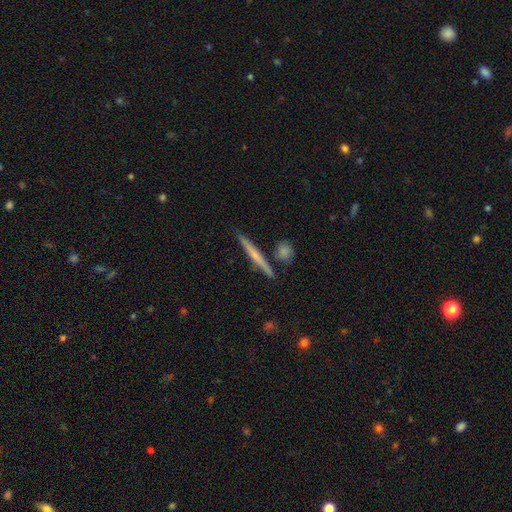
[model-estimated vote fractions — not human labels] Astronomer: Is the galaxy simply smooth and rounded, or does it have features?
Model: featured or disk — 54% (runner-up: smooth, 40%).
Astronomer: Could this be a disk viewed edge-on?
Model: yes — 97%.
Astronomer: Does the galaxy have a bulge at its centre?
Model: none — 48% (runner-up: rounded, 46%).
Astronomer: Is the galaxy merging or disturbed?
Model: none — 86%.